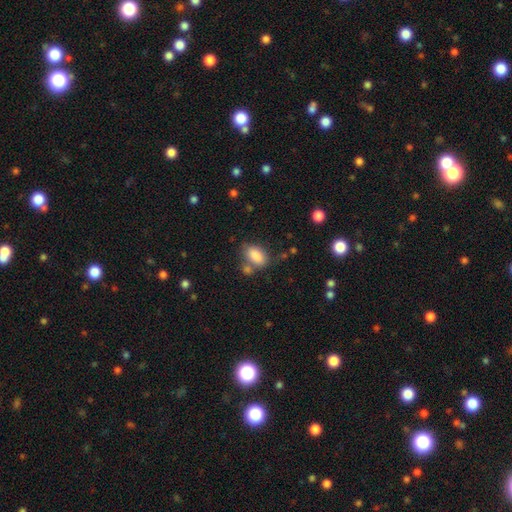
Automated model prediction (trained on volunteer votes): Smooth or featured? Predicted: smooth (p=0.85). How rounded? Predicted: in between (p=0.90). Merging? Predicted: none (p=0.57).